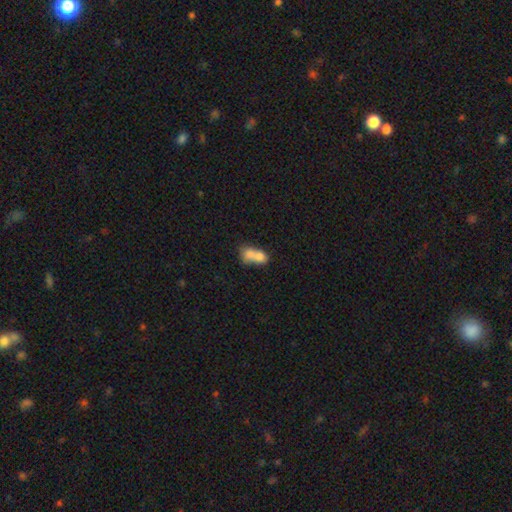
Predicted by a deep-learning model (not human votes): Q: Smooth or featured?
A: smooth (71%); runner-up: featured or disk (19%)
Q: How rounded?
A: in between (67%); runner-up: round (29%)
Q: Merging?
A: merger (70%); runner-up: none (17%)